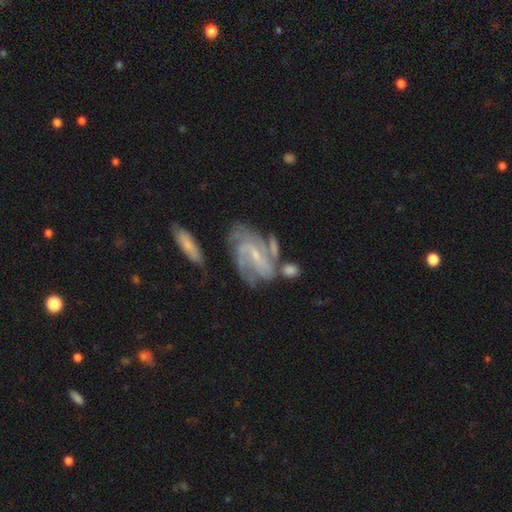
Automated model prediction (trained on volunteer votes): Smooth or featured?
  - featured or disk: 84% *
  - smooth: 9%
  - star or artifact: 7%
Edge-on disk?
  - no: 96% *
  - yes: 4%
Bar?
  - weak: 47% *
  - no: 31%
  - strong: 22%
Spiral arms?
  - yes: 94% *
  - no: 6%
Spiral winding?
  - medium: 45% *
  - tight: 38%
  - loose: 17%
Spiral arm count?
  - 2: 30% *
  - 3: 26%
  - can't tell: 25%
  - 4: 10%
  - 1: 5%
  - more than 4: 5%
Bulge size?
  - small: 74% *
  - moderate: 16%
  - none: 8%
  - large: 1%
  - dominant: 1%
Merging?
  - none: 50% *
  - minor disturbance: 20%
  - merger: 16%
  - major disturbance: 15%